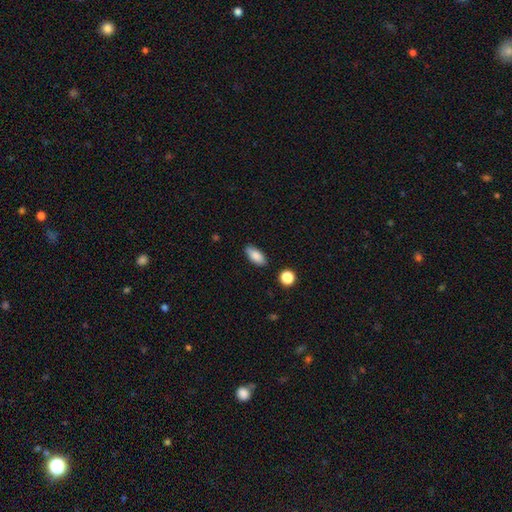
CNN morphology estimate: Smooth or featured? Predicted: smooth (p=0.86). How rounded? Predicted: in between (p=0.85). Merging? Predicted: none (p=0.85).